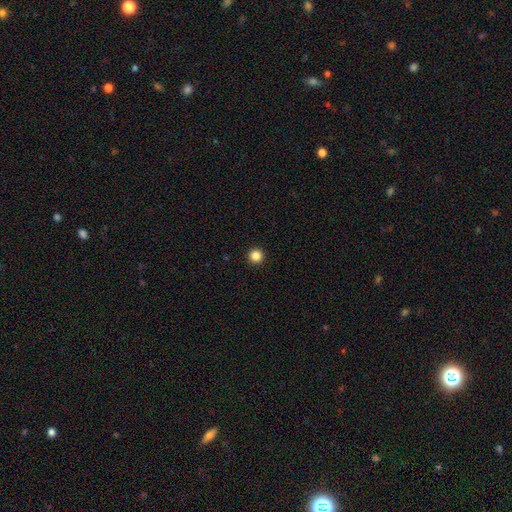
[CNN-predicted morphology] Smooth or featured?
  - smooth: 85% *
  - star or artifact: 11%
  - featured or disk: 3%
How rounded?
  - round: 97% *
  - in between: 2%
  - cigar-shaped: 1%
Merging?
  - none: 94% *
  - minor disturbance: 3%
  - major disturbance: 1%
  - merger: 1%